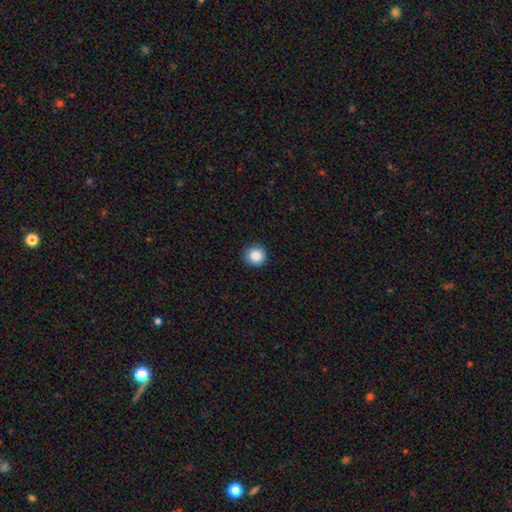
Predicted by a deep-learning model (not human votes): A smooth galaxy with no disk features (88%) that is round (94%).

Vote fractions:
- Smooth or featured? smooth: 88% / star or artifact: 9% / featured or disk: 3%
- How rounded? round: 94% / in between: 5% / cigar-shaped: 1%
- Merging? none: 90% / minor disturbance: 7% / major disturbance: 2% / merger: 1%